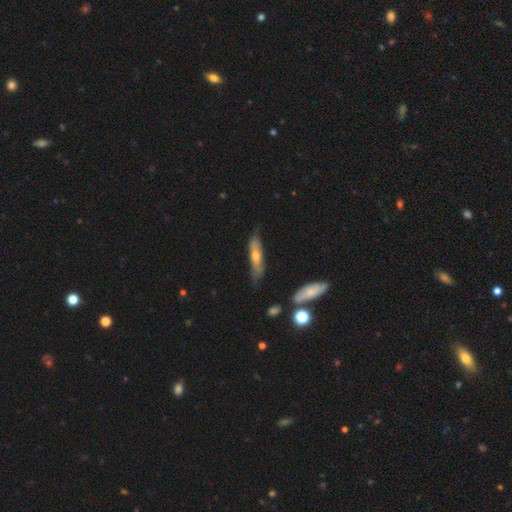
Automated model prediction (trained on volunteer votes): smooth_or_featured: smooth (p=0.47) [alt: featured or disk p=0.46]
merging: none (p=0.69) [alt: minor disturbance p=0.23]